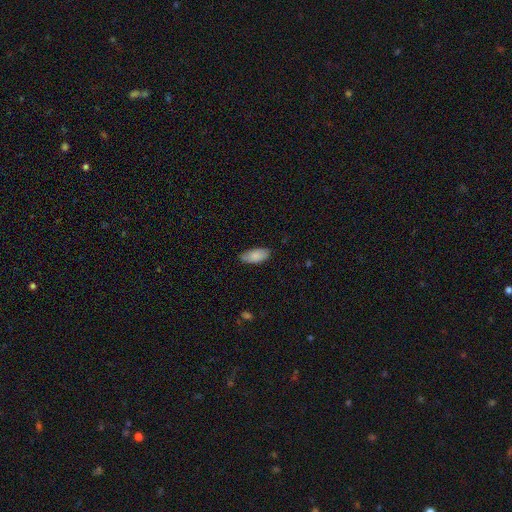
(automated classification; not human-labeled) smooth-or-featured: smooth: 86% | featured or disk: 7% | star or artifact: 6%
  how-rounded: in between: 90% | cigar-shaped: 8% | round: 2%
  merging: none: 77% | minor disturbance: 18% | major disturbance: 3% | merger: 1%